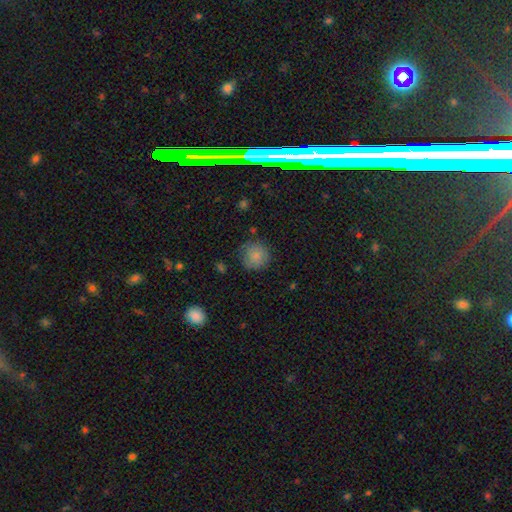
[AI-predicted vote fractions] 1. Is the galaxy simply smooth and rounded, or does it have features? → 81% smooth, 10% featured or disk, 9% star or artifact.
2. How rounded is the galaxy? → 92% round, 7% in between, 1% cigar-shaped.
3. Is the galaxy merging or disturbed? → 76% none, 18% minor disturbance, 5% major disturbance, 2% merger.